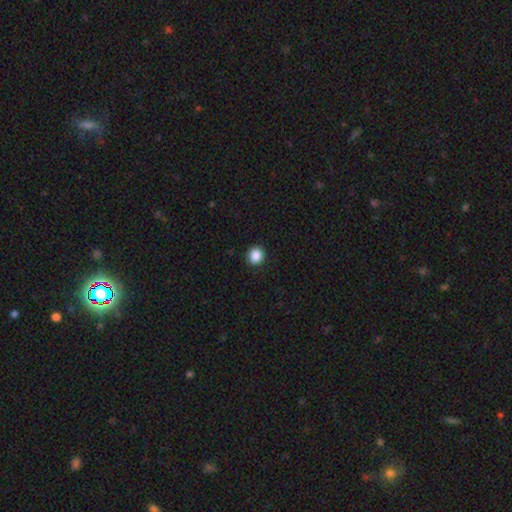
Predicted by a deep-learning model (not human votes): Smooth or featured? Predicted: smooth (p=0.88). How rounded? Predicted: round (p=0.85). Merging? Predicted: none (p=0.92).